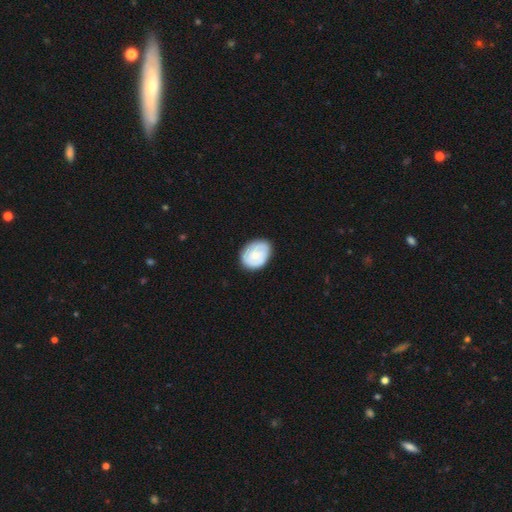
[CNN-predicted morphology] Smooth or featured: smooth — 47% (tied with featured or disk — 47%)
Merging: none — 76% (minor disturbance — 19%)